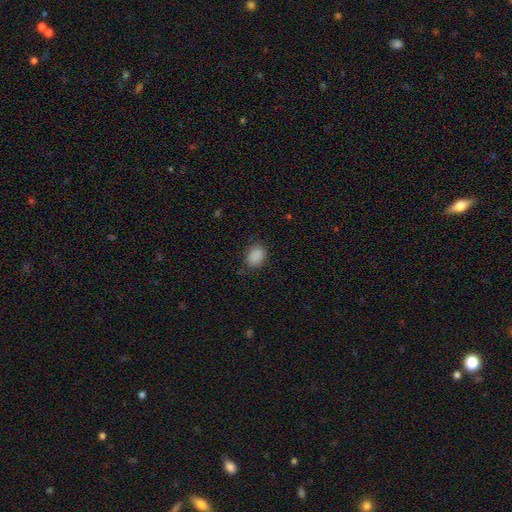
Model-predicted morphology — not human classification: smooth 88%, star or artifact 9%, featured or disk 3%. Down the decision tree: how rounded — in between (62%); merging — none (79%).